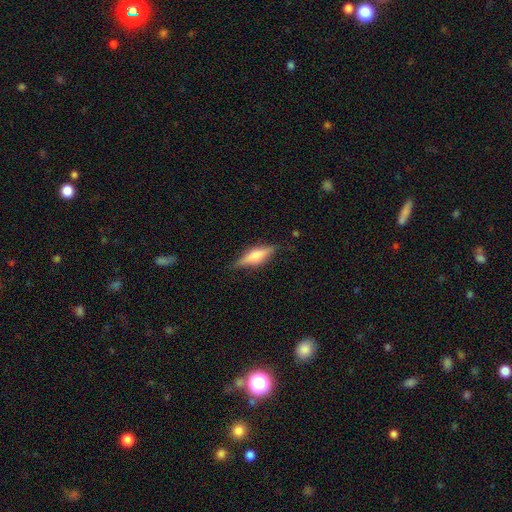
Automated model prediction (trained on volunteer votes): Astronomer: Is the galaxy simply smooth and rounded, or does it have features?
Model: featured or disk — 49% (runner-up: smooth, 44%).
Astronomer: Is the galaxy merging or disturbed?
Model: none — 83%.